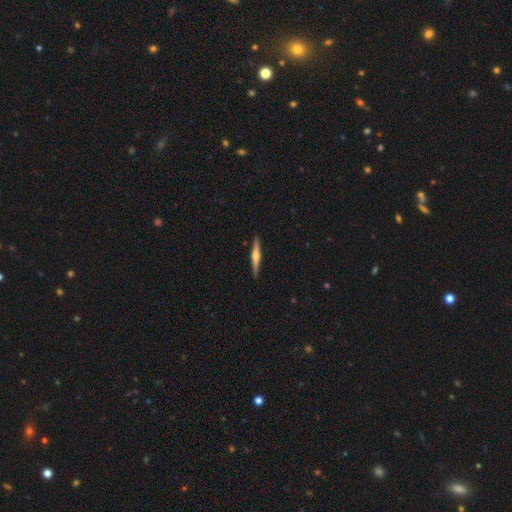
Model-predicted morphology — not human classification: Smooth or featured?
  - featured or disk: 67% *
  - smooth: 28%
  - star or artifact: 5%
Edge-on disk?
  - yes: 98% *
  - no: 2%
Edge-on bulge?
  - rounded: 89% *
  - boxy: 6%
  - none: 6%
Merging?
  - none: 91% *
  - minor disturbance: 6%
  - major disturbance: 1%
  - merger: 1%